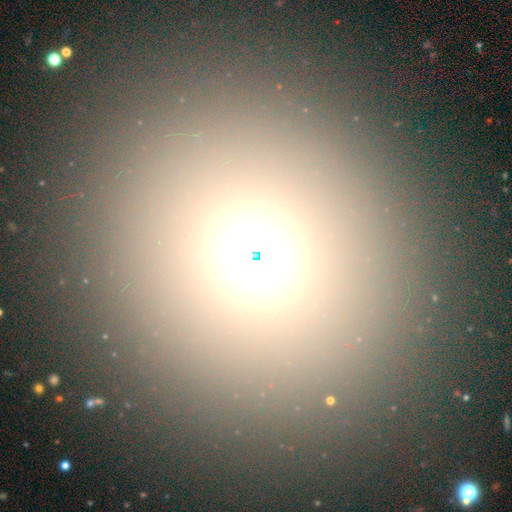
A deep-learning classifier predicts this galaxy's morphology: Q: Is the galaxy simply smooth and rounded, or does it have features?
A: smooth — 65%.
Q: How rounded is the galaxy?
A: round — 88%.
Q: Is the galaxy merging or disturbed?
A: none — 90%.